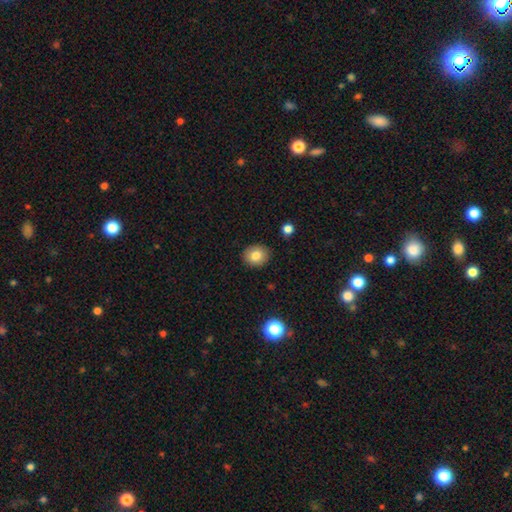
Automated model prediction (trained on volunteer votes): This appears to be a smooth galaxy with no disk features (81%) that is round (66%). Merging: none (88%).